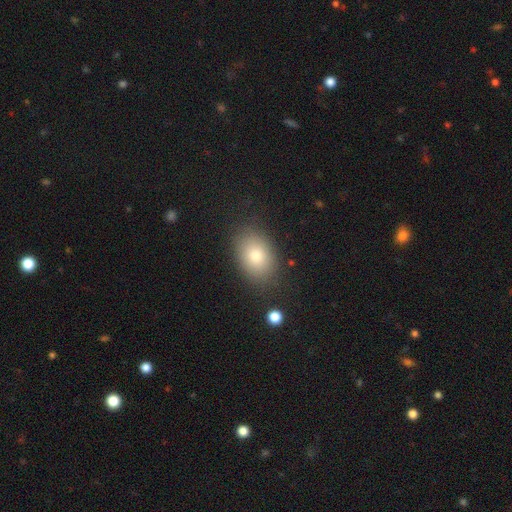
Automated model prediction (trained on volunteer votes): Overall: smooth (78%). How rounded: in between (79%). Merging: none (82%).